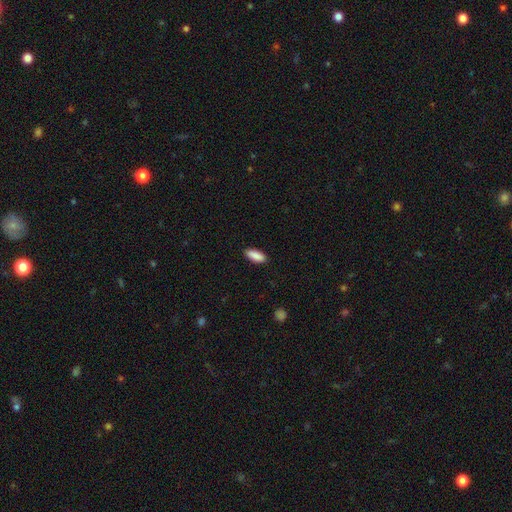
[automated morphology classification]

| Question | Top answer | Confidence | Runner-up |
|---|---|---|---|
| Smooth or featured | smooth | 90% | star or artifact (6%) |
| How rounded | in between | 76% | cigar-shaped (22%) |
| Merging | none | 89% | minor disturbance (9%) |